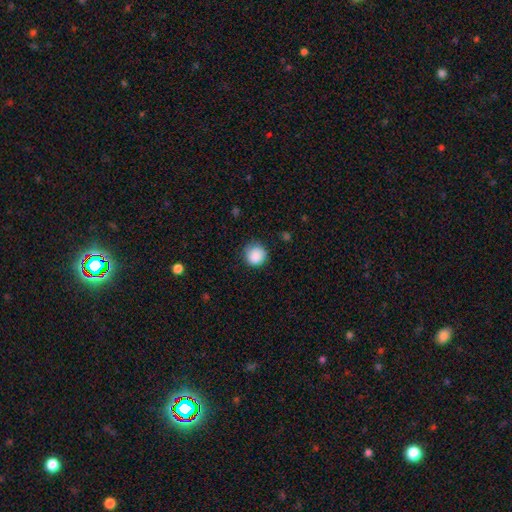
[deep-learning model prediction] This appears to be a smooth galaxy with no disk features (88%) that is round (93%). Merging: none (80%).